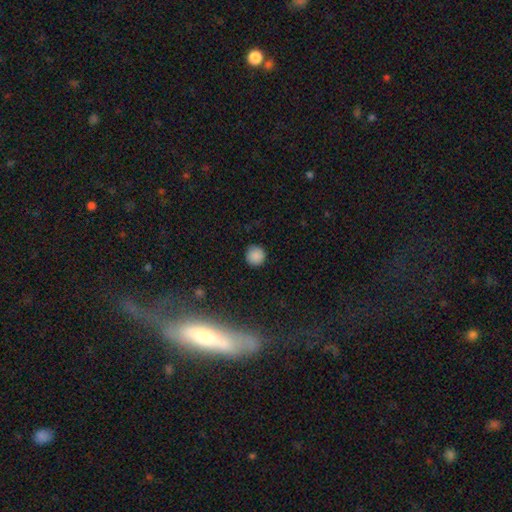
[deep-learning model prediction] smooth-or-featured: smooth: 86% | star or artifact: 11% | featured or disk: 3%
  how-rounded: round: 95% | in between: 4% | cigar-shaped: 1%
  merging: none: 91% | minor disturbance: 6% | major disturbance: 2% | merger: 1%